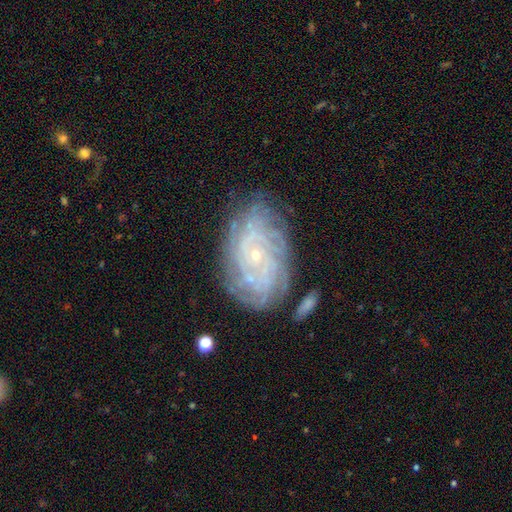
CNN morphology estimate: smooth-or-featured: featured or disk: 84% | smooth: 9% | star or artifact: 8%
  disk-edge-on: no: 96% | yes: 4%
    bar: no: 78% | weak: 17% | strong: 5%
    has-spiral-arms: yes: 95% | no: 5%
      spiral-winding: tight: 80% | medium: 16% | loose: 4%
      spiral-arm-count: can't tell: 33% | more than 4: 22% | 4: 20% | 3: 10% | 2: 9% | 1: 6%
    bulge-size: small: 86% | moderate: 11% | none: 1% | large: 1% | dominant: 1%
  merging: none: 74% | minor disturbance: 16% | major disturbance: 6% | merger: 4%